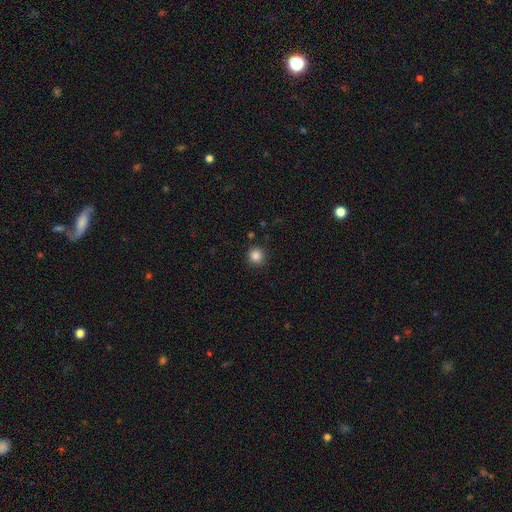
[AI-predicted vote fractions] Smooth or featured? Predicted: smooth (p=0.85). How rounded? Predicted: round (p=0.94). Merging? Predicted: none (p=0.90).